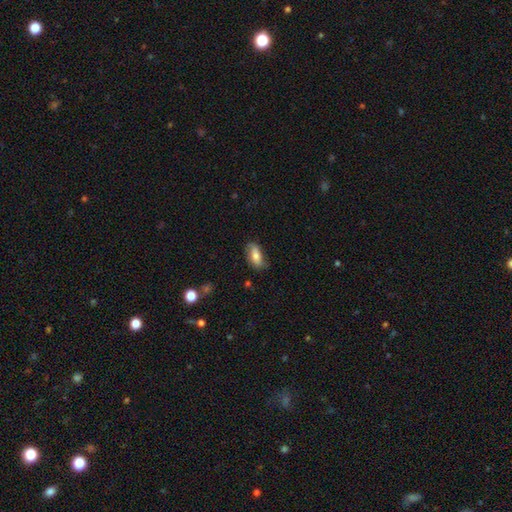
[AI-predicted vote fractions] Smooth or featured? Predicted: smooth (p=0.63). How rounded? Predicted: in between (p=0.86). Merging? Predicted: none (p=0.68).